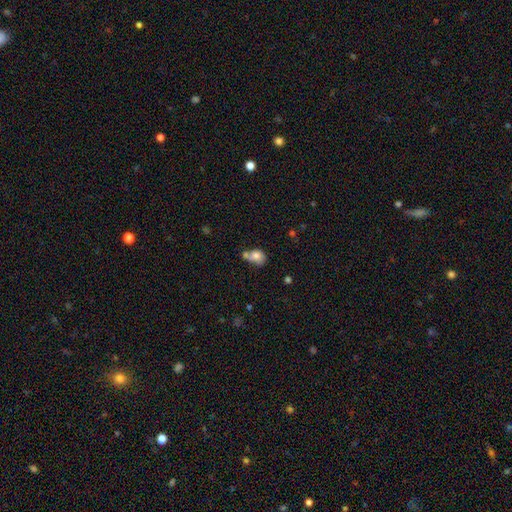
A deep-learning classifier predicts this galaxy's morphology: This is likely a smooth galaxy (73%). How rounded: possibly in between (53%). Merging: marginally merger (42%).